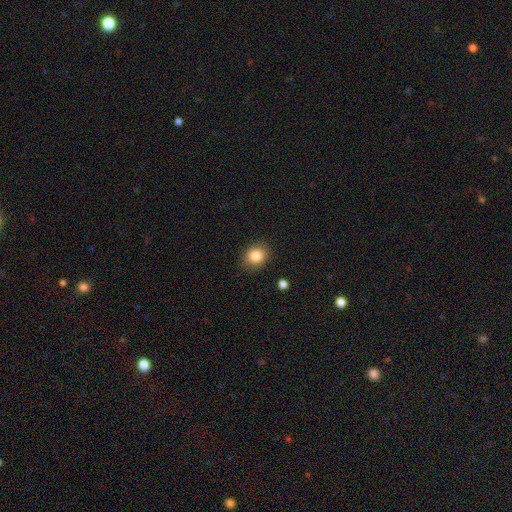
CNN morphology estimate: A smooth galaxy with no disk features (84%) that is round (66%).

Vote fractions:
- Smooth or featured? smooth: 84% / star or artifact: 10% / featured or disk: 6%
- How rounded? round: 66% / in between: 33% / cigar-shaped: 1%
- Merging? none: 85% / minor disturbance: 10% / major disturbance: 3% / merger: 1%